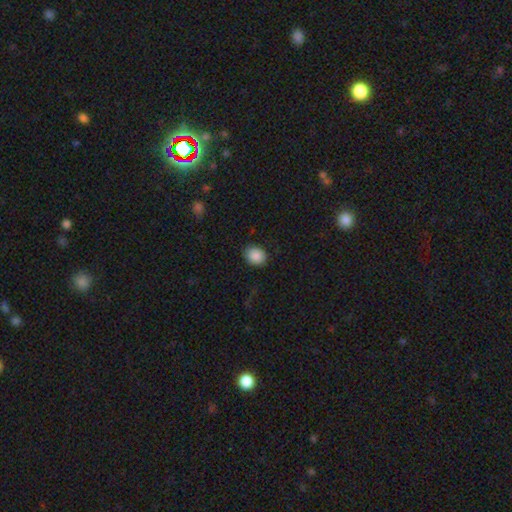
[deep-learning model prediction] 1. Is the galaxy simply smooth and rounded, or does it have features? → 88% smooth, 8% star or artifact, 3% featured or disk.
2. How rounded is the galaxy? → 50% round, 49% in between, 1% cigar-shaped.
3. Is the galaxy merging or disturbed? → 86% none, 11% minor disturbance, 3% major disturbance, 1% merger.